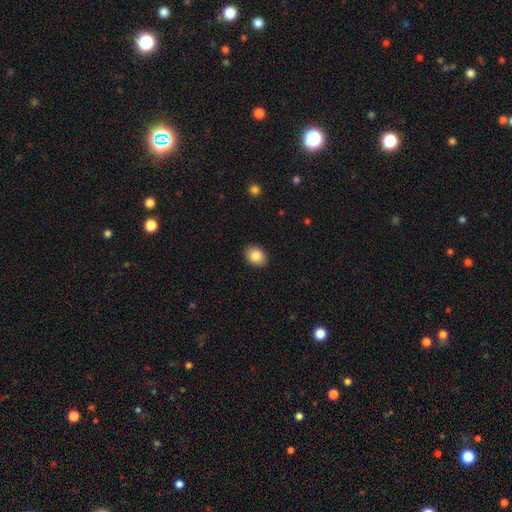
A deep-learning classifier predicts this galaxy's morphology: The model was most divided on "how rounded": in between: 66%, round: 33%, cigar-shaped: 1%. More confident: merging — none (89%); smooth or featured — smooth (86%).